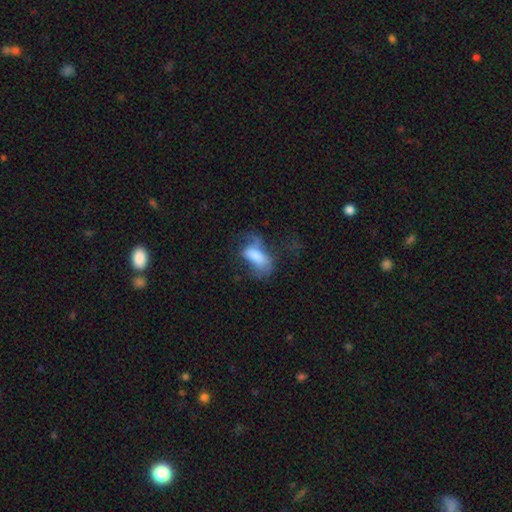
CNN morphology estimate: This appears to be a smooth galaxy with no disk features (60%) that is in between round and cigar-shaped (87%). Merging: major disturbance (47%).